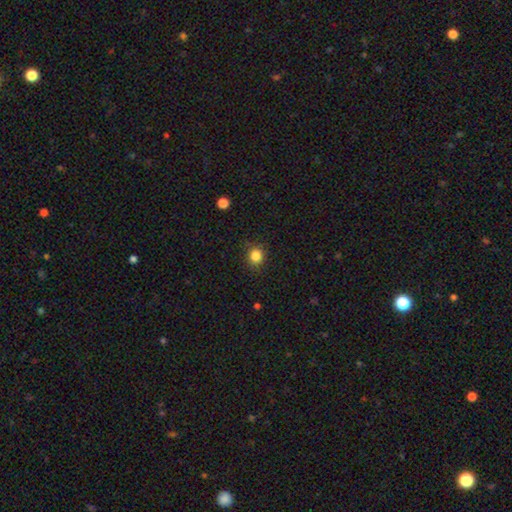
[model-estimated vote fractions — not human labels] This is clearly a smooth galaxy (84%). How rounded: clearly round (84%). Merging: clearly none (86%).